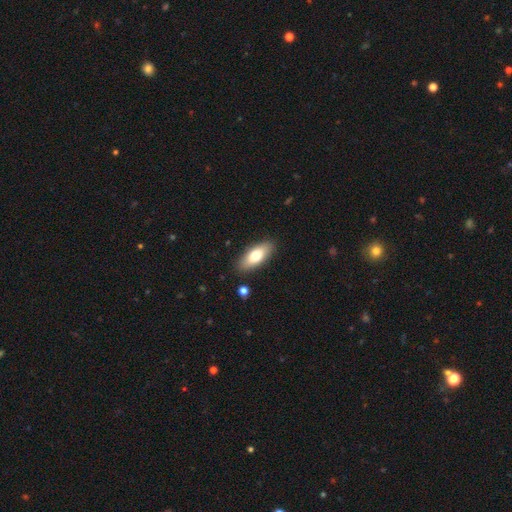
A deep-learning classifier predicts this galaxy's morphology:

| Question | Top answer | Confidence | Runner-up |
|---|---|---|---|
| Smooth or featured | smooth | 71% | featured or disk (22%) |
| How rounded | in between | 79% | cigar-shaped (19%) |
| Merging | none | 87% | minor disturbance (9%) |